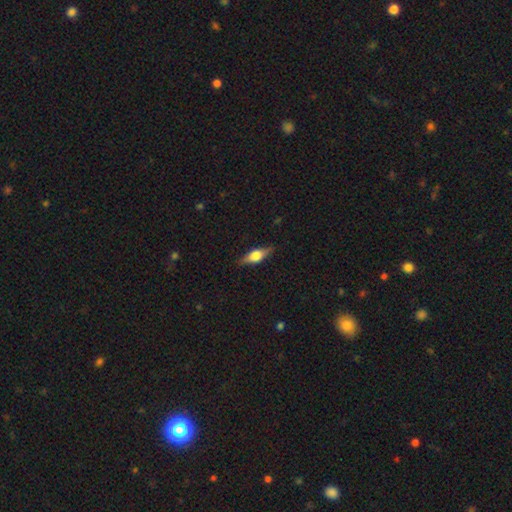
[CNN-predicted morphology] type=featured or disk (51%); edge-on=yes (93%); merging=none (86%).